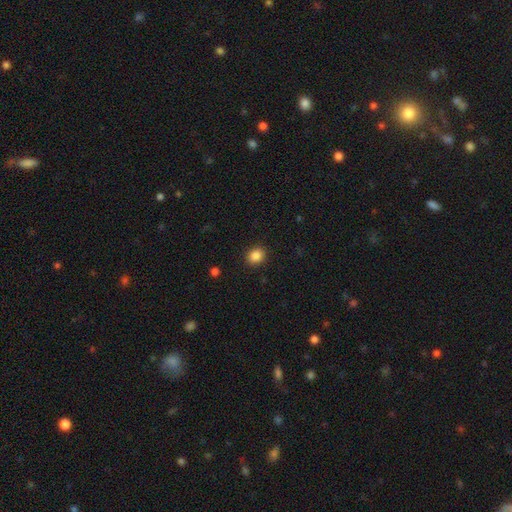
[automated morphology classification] This appears to be a smooth galaxy with no disk features (86%) that is round (67%). Merging: none (90%).